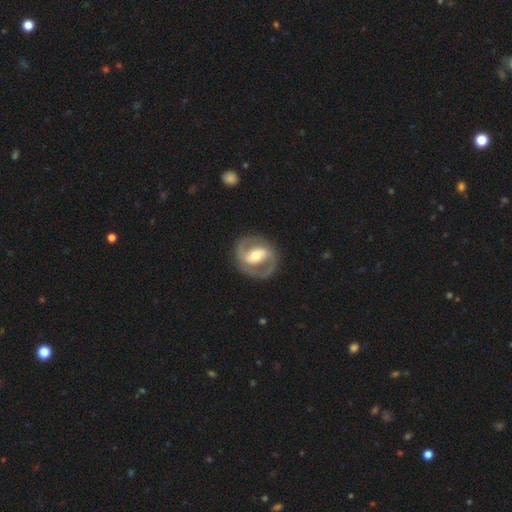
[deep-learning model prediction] Smooth or featured: featured or disk — 84% (smooth — 12%)
Edge-on disk: no — 97% (yes — 3%)
Bar: strong — 43% (weak — 35%)
Spiral arms: yes — 86% (no — 14%)
Spiral winding: medium — 52% (tight — 31%)
Spiral arm count: 2 — 90% (can't tell — 4%)
Bulge size: moderate — 70% (small — 20%)
Merging: none — 84% (minor disturbance — 10%)